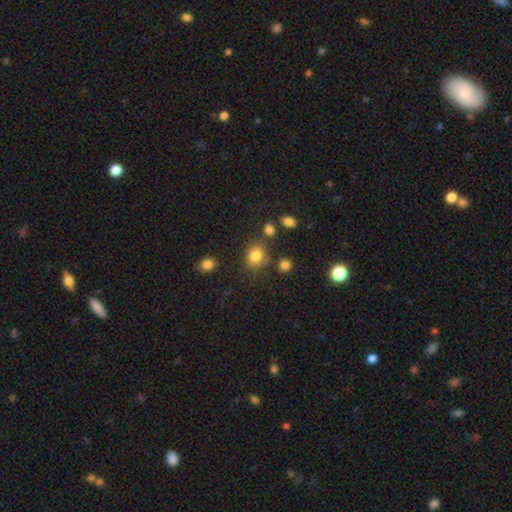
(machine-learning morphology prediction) smooth 82%, star or artifact 12%, featured or disk 6%. Down the decision tree: how rounded — round (66%); merging — none (74%).